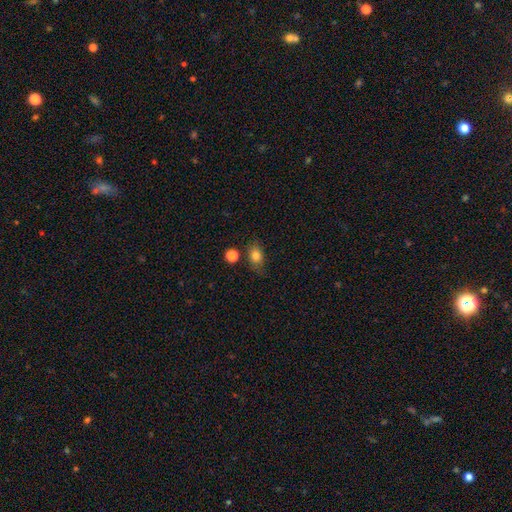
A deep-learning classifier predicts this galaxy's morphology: Overall: smooth (81%). How rounded: in between (68%; round 29%). Merging: none (70%).